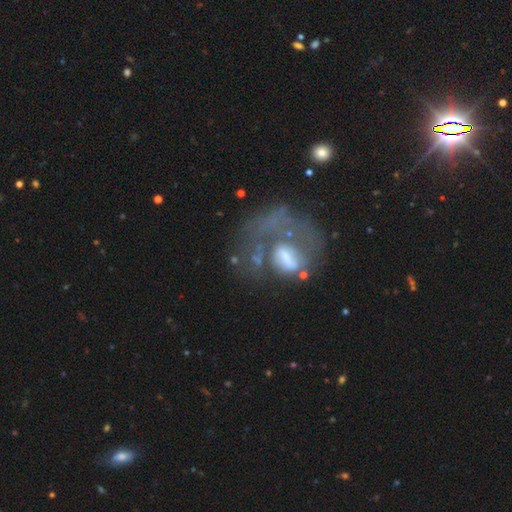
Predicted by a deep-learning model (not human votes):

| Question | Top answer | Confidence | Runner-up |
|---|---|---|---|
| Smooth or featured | featured or disk | 65% | smooth (20%) |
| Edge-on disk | no | 97% | yes (3%) |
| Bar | no | 67% | weak (25%) |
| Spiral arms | no | 55% | yes (45%) |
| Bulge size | moderate | 40% | none (22%) |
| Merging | major disturbance | 46% | none (33%) |